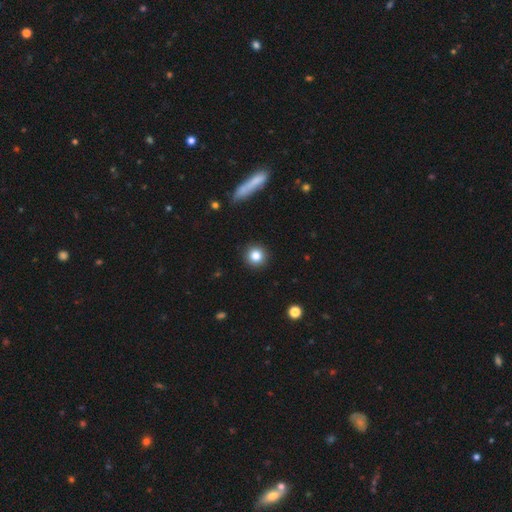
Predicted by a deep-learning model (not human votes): Smooth or featured: smooth — 84% (star or artifact — 10%)
How rounded: round — 94% (in between — 5%)
Merging: none — 91% (minor disturbance — 5%)